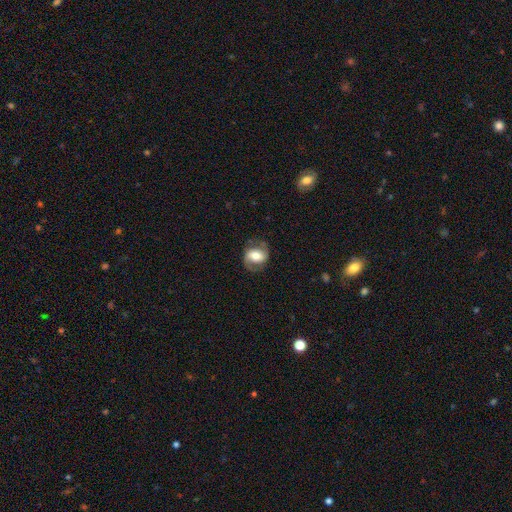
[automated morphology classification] This appears to be a featured or disk galaxy (63%) with no bar (40%), 2 (88%) medium (49%) spiral arms (86%) and a moderate central bulge (59%). Merging: none (75%).